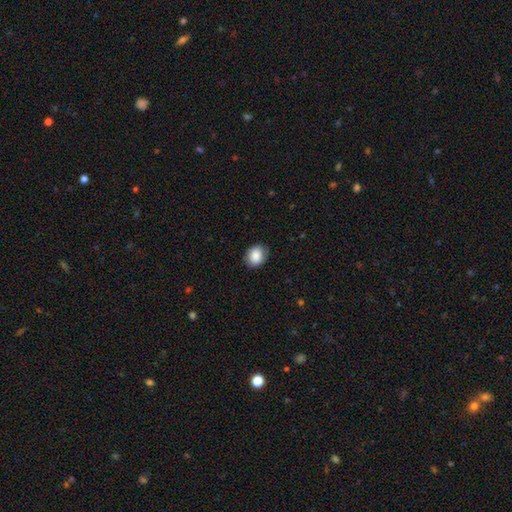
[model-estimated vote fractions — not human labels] smooth-or-featured: smooth: 86% | star or artifact: 8% | featured or disk: 6%
  how-rounded: round: 54% | in between: 45% | cigar-shaped: 1%
  merging: none: 81% | minor disturbance: 15% | major disturbance: 3% | merger: 1%